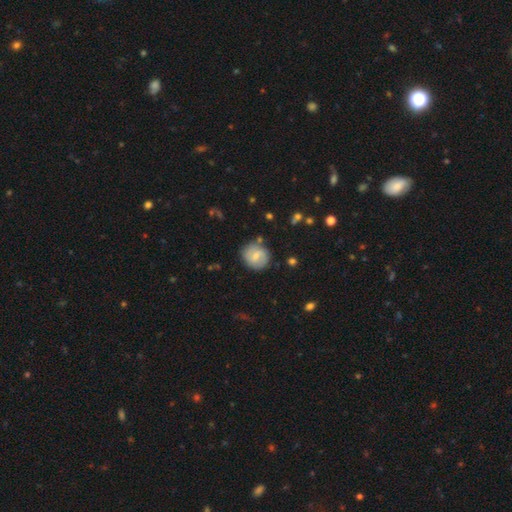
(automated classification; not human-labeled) The model was most divided on "smooth or featured": smooth: 51%, featured or disk: 40%, star or artifact: 8%. More confident: how rounded — round (85%); merging — none (80%).